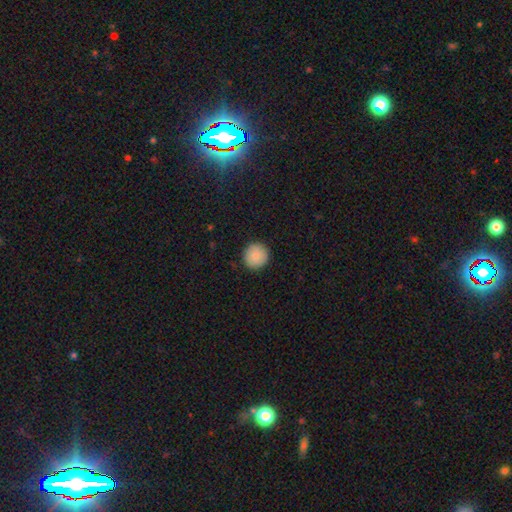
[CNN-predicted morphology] Smooth or featured?
  - smooth: 88% *
  - star or artifact: 7%
  - featured or disk: 4%
How rounded?
  - round: 96% *
  - in between: 3%
  - cigar-shaped: 1%
Merging?
  - none: 92% *
  - minor disturbance: 6%
  - major disturbance: 2%
  - merger: 1%